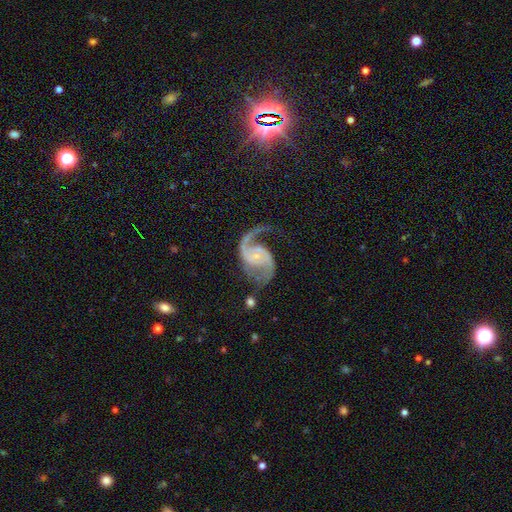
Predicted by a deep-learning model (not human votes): Smooth or featured?
  - featured or disk: 92% *
  - star or artifact: 4%
  - smooth: 3%
Edge-on disk?
  - no: 98% *
  - yes: 2%
Bar?
  - no: 58% *
  - weak: 32%
  - strong: 11%
Spiral arms?
  - yes: 98% *
  - no: 2%
Spiral winding?
  - medium: 47% *
  - loose: 43%
  - tight: 10%
Spiral arm count?
  - 2: 90% *
  - 1: 5%
  - can't tell: 2%
  - 3: 1%
  - 4: 1%
  - more than 4: 1%
Bulge size?
  - small: 72% *
  - moderate: 15%
  - none: 11%
  - large: 2%
  - dominant: 1%
Merging?
  - none: 59% *
  - major disturbance: 20%
  - minor disturbance: 17%
  - merger: 3%